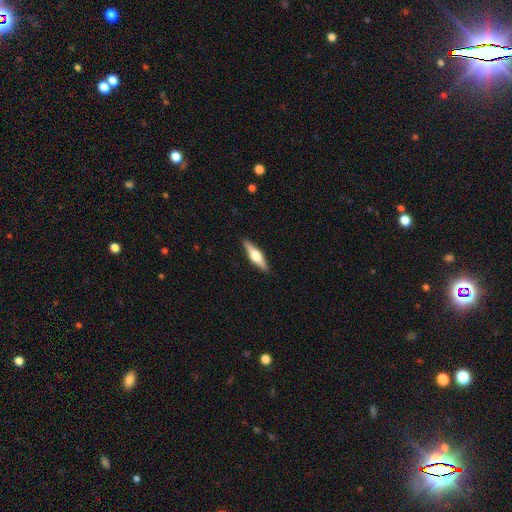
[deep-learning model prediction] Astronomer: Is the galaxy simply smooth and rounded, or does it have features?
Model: featured or disk — 66%.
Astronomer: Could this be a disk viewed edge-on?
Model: yes — 97%.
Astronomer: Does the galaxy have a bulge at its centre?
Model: rounded — 93%.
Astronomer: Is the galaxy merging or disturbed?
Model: none — 91%.